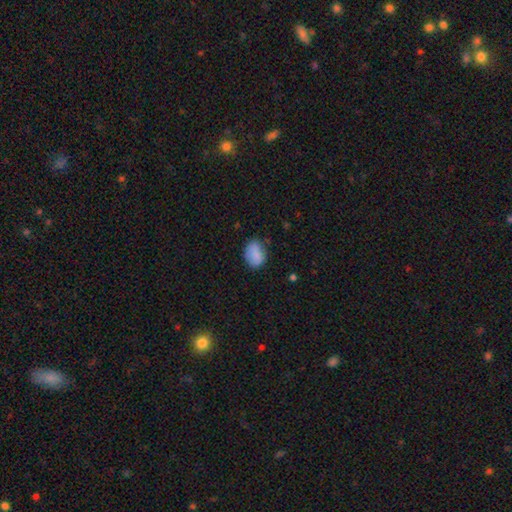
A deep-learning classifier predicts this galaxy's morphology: type=smooth (83%); roundness=in between (70%); merging=none (67%).